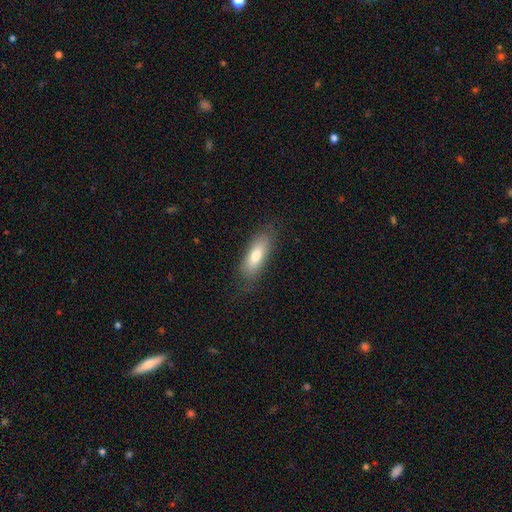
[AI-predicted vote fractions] This appears to be a smooth galaxy with no disk features (73%) that is in between round and cigar-shaped (67%). Merging: none (78%).